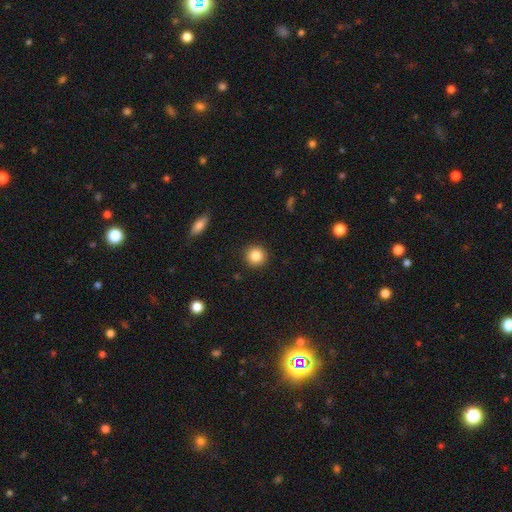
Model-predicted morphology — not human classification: Smooth or featured? Predicted: smooth (p=0.85). How rounded? Predicted: round (p=0.93). Merging? Predicted: none (p=0.92).